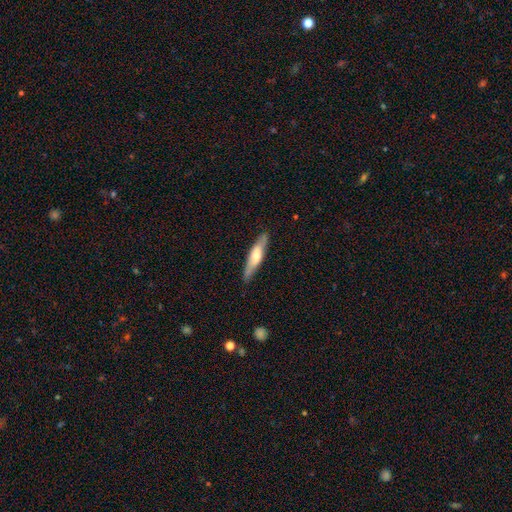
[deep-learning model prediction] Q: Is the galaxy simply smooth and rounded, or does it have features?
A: smooth — 49%.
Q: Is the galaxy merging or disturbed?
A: none — 85%.